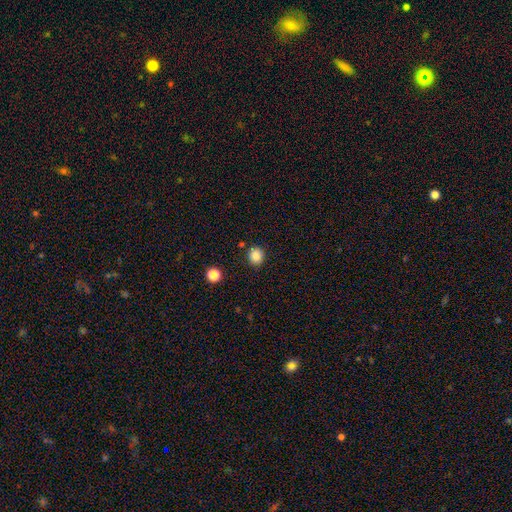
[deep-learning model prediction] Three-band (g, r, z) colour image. It shows a smooth galaxy with no disk features (86%) that is round (82%). Merging: none (85%).